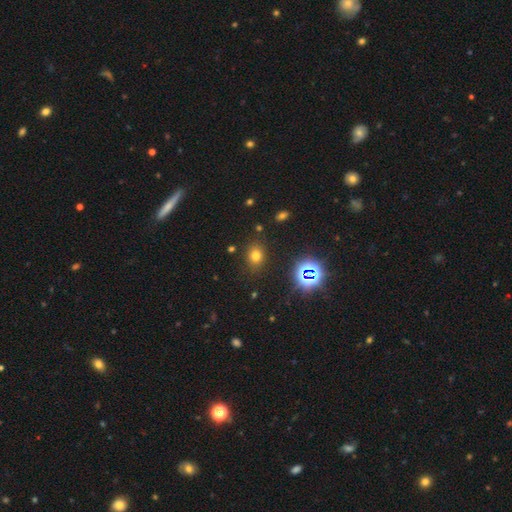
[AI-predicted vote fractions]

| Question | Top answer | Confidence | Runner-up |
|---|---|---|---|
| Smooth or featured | smooth | 67% | star or artifact (25%) |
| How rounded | round | 52% | in between (47%) |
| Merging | none | 83% | minor disturbance (10%) |